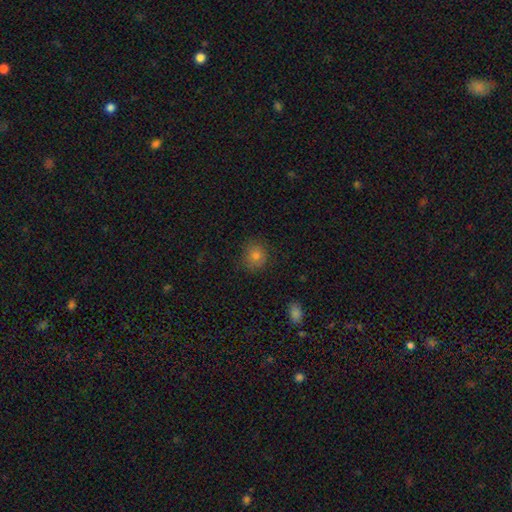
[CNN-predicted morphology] A smooth galaxy with no disk features (78%) that is round (85%). Merging: none (83%).